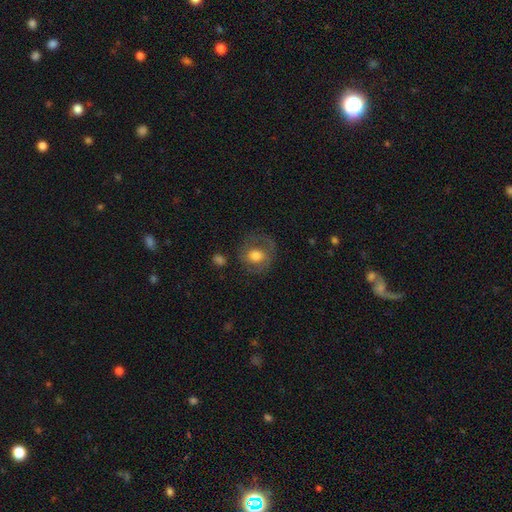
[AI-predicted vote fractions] A smooth galaxy with no disk features (51%) that is round (75%). Merging: none (61%).